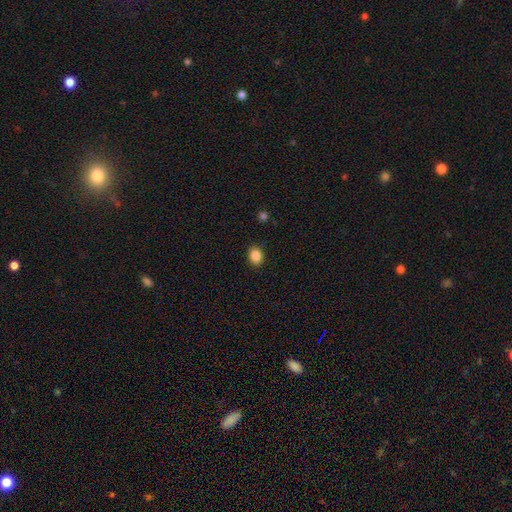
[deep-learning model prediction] Q: Smooth or featured?
A: smooth (87%); runner-up: star or artifact (10%)
Q: How rounded?
A: in between (52%); runner-up: round (47%)
Q: Merging?
A: none (89%); runner-up: minor disturbance (8%)